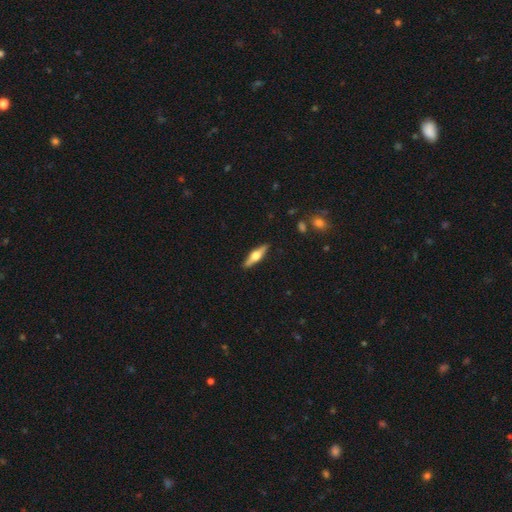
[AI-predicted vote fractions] A featured or disk galaxy (67%) viewed edge-on (96%) with a rounded central bulge (95%).

Vote fractions:
- Smooth or featured? featured or disk: 67% / smooth: 28% / star or artifact: 5%
- Edge-on disk? yes: 96% / no: 4%
- Edge-on bulge? rounded: 95% / boxy: 4% / none: 2%
- Merging? none: 90% / minor disturbance: 7% / major disturbance: 2% / merger: 1%